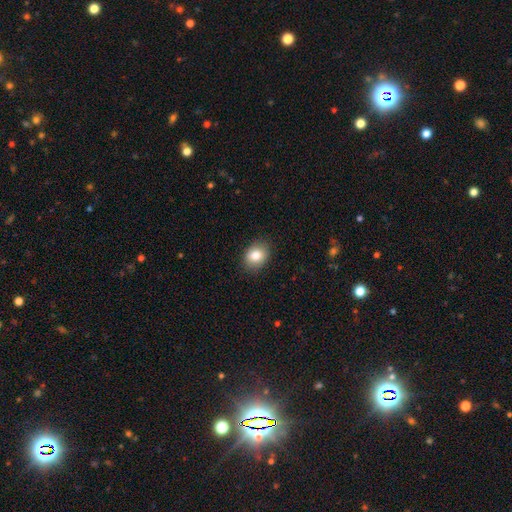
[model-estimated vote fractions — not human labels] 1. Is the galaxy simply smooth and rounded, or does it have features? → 82% smooth, 9% star or artifact, 9% featured or disk.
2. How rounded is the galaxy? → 55% in between, 44% round, 1% cigar-shaped.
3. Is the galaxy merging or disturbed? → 87% none, 10% minor disturbance, 2% major disturbance, 1% merger.